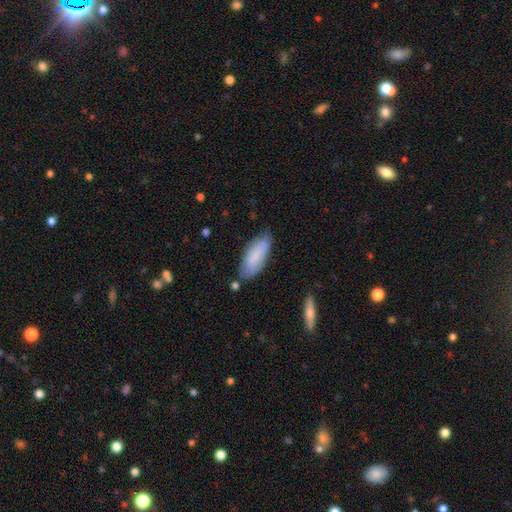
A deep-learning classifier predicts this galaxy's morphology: Overall: smooth (81%). How rounded: in between (74%). Merging: none (76%).